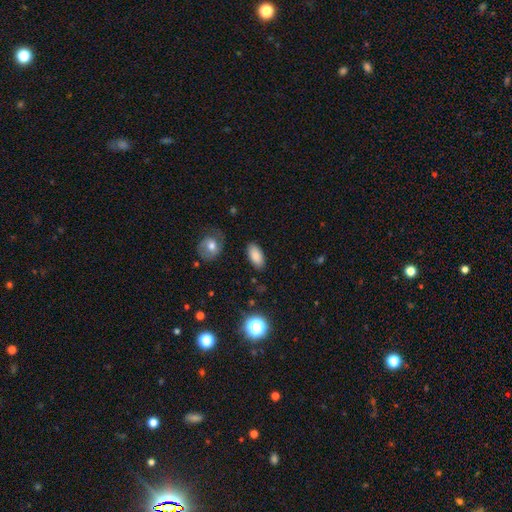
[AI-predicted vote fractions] smooth_or_featured: smooth (p=0.85) [alt: star or artifact p=0.09]
how_rounded: in between (p=0.92) [alt: cigar-shaped p=0.05]
merging: none (p=0.86) [alt: minor disturbance p=0.10]